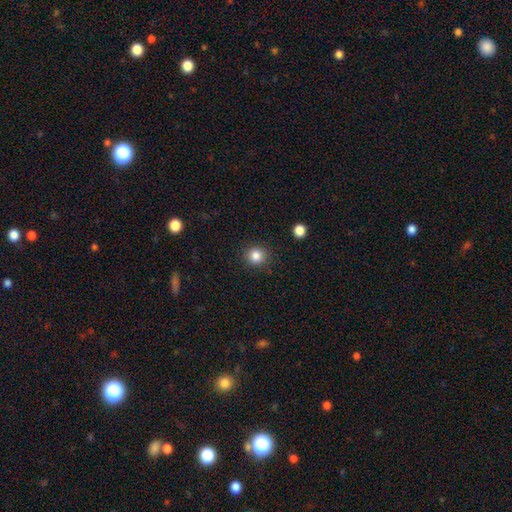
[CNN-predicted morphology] smooth 84%, star or artifact 12%, featured or disk 5%. Down the decision tree: how rounded — round (91%); merging — none (90%).